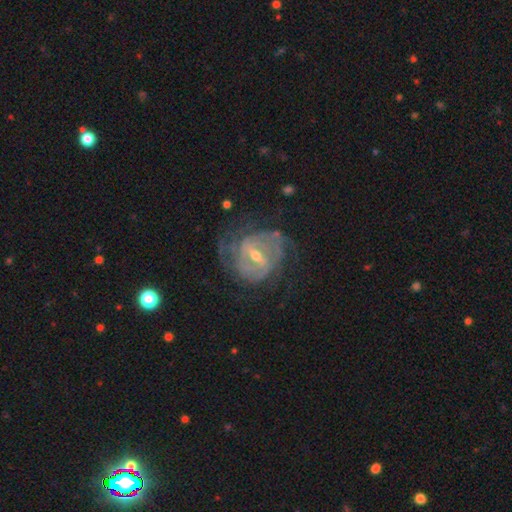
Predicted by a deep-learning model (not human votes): featured or disk 86%, smooth 8%, star or artifact 6%. Down the decision tree: edge-on disk — no (96%); bar — weak (47%); spiral arms — yes (89%); spiral arm count — can't tell (36%); spiral winding — tight (53%); bulge size — moderate (55%); merging — none (61%).